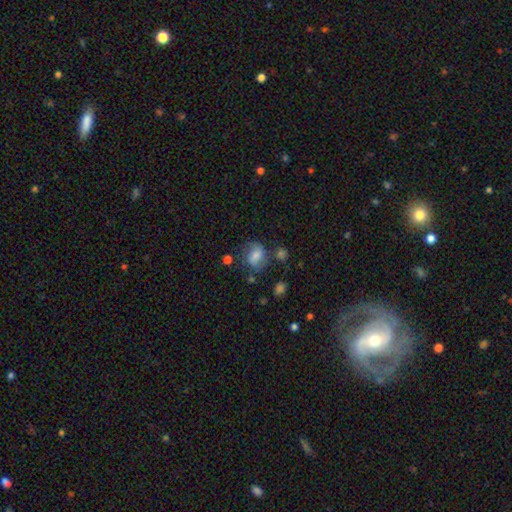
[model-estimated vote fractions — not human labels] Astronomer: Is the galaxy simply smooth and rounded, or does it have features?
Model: smooth — 59%.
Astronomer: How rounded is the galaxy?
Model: in between — 52% (runner-up: round, 47%).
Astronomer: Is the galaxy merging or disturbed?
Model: none — 54%.